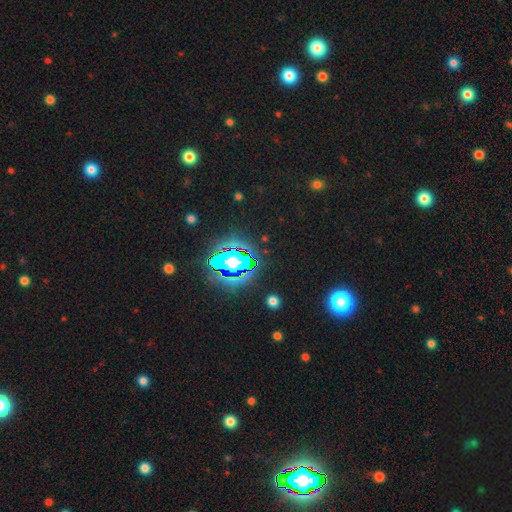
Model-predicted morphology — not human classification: type=star or artifact (82%).